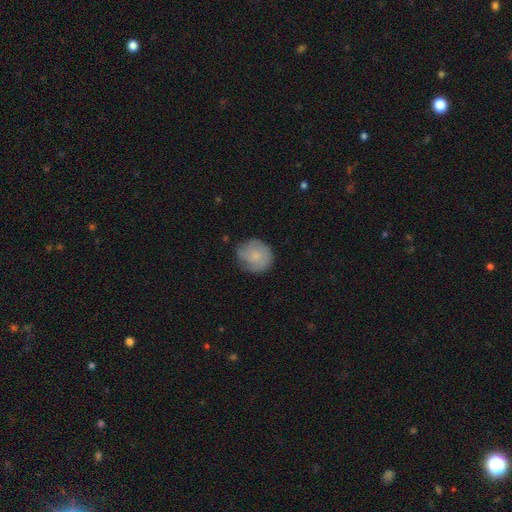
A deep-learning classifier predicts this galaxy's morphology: smooth_or_featured: smooth (p=0.64) [alt: featured or disk p=0.29]
how_rounded: round (p=0.81) [alt: in between p=0.18]
merging: none (p=0.67) [alt: minor disturbance p=0.25]